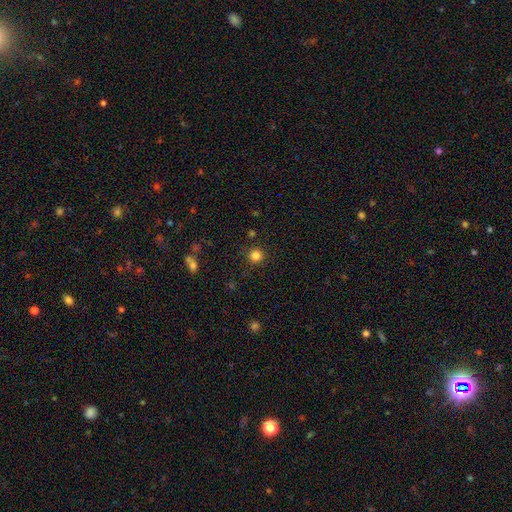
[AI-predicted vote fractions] Smooth or featured: smooth — 82% (star or artifact — 13%)
How rounded: round — 94% (in between — 5%)
Merging: none — 88% (minor disturbance — 8%)